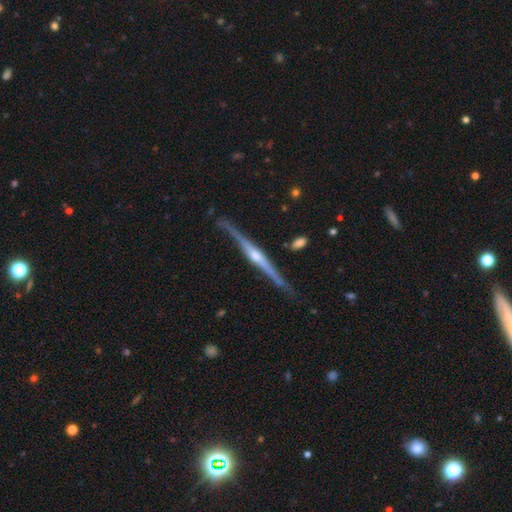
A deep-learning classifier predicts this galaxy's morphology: Smooth or featured: featured or disk — 86% (smooth — 9%)
Edge-on disk: yes — 98% (no — 2%)
Edge-on bulge: rounded — 86% (none — 8%)
Merging: none — 79% (minor disturbance — 16%)